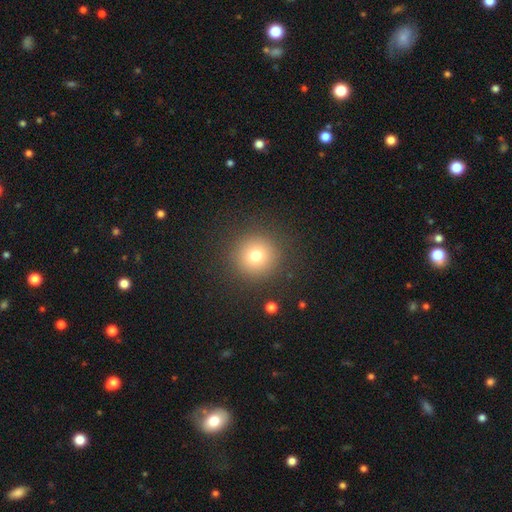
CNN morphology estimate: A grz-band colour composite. It shows a smooth galaxy with no disk features (75%) that is round (95%). Merging: none (89%).